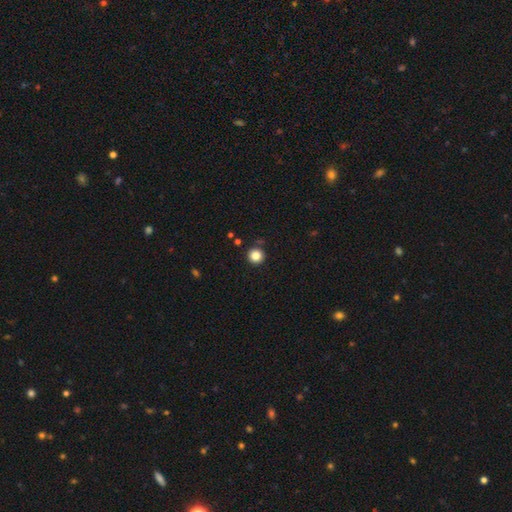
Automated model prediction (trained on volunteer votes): A smooth galaxy with no disk features (85%) that is round (95%).

Vote fractions:
- Smooth or featured? smooth: 85% / star or artifact: 11% / featured or disk: 4%
- How rounded? round: 95% / in between: 4% / cigar-shaped: 1%
- Merging? none: 91% / minor disturbance: 5% / merger: 2% / major disturbance: 2%